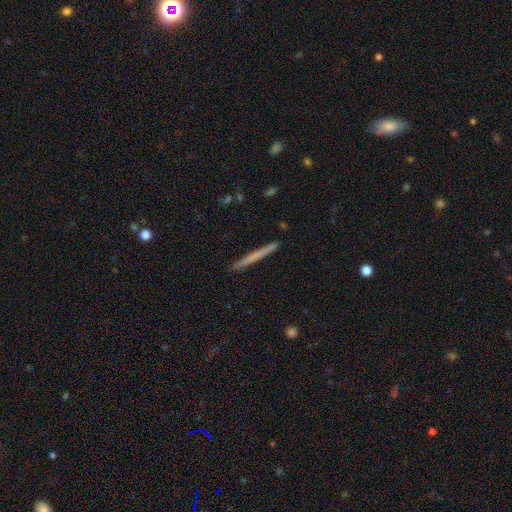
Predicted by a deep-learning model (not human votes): This appears to be a smooth galaxy with no disk features (56%) that is cigar-shaped (97%). Merging: none (92%).